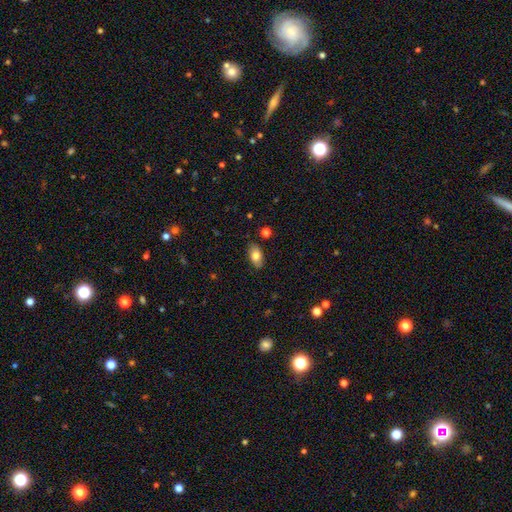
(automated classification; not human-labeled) smooth_or_featured: smooth (p=0.79) [alt: featured or disk p=0.14]
how_rounded: in between (p=0.91) [alt: round p=0.05]
merging: none (p=0.85) [alt: minor disturbance p=0.11]